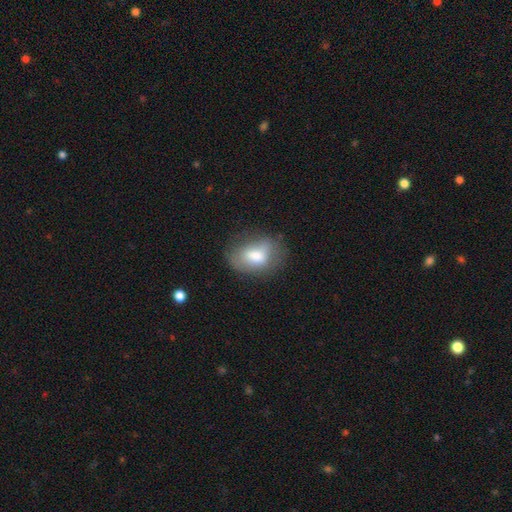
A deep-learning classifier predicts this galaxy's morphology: Smooth or featured?
  - smooth: 67% *
  - featured or disk: 24%
  - star or artifact: 9%
How rounded?
  - in between: 77% *
  - round: 21%
  - cigar-shaped: 2%
Merging?
  - none: 65% *
  - minor disturbance: 24%
  - major disturbance: 9%
  - merger: 2%